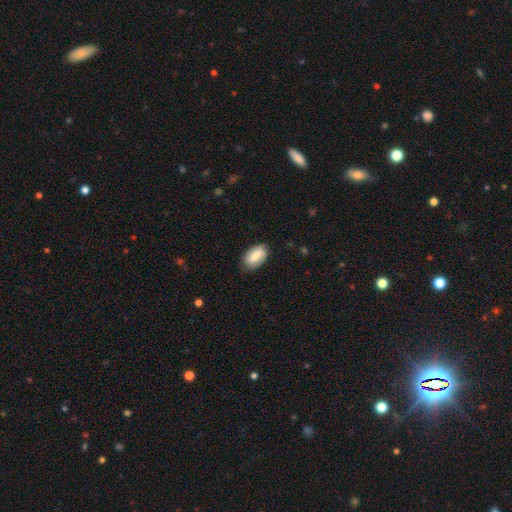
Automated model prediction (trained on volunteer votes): Smooth or featured: smooth — 74% (featured or disk — 20%)
How rounded: in between — 94% (round — 5%)
Merging: none — 80% (minor disturbance — 16%)